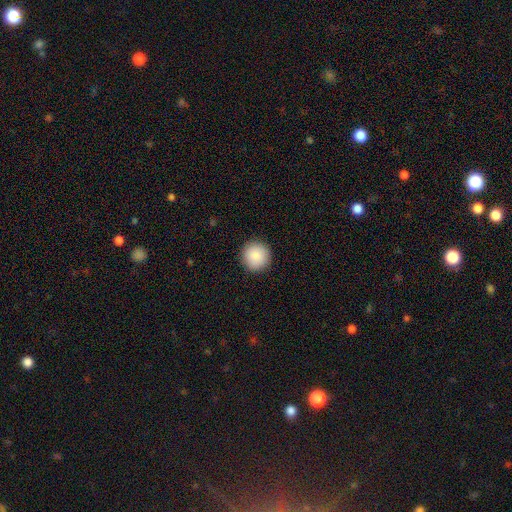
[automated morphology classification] type=smooth (89%); roundness=round (95%); merging=none (92%).